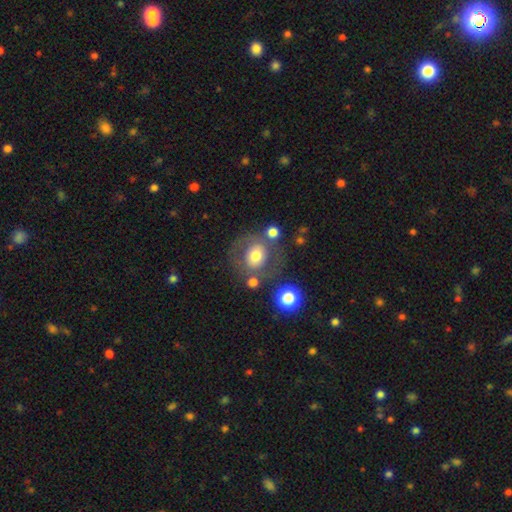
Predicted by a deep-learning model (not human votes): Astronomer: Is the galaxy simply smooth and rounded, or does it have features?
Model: smooth — 59%.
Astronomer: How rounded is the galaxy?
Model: round — 74%.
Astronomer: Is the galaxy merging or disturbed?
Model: none — 64%.